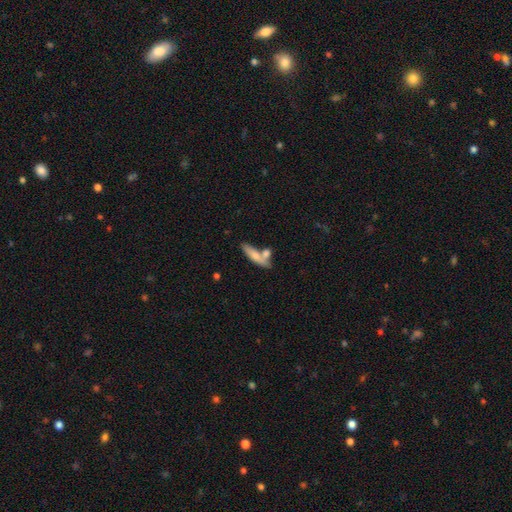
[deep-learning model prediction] Smooth or featured: smooth — 71% (featured or disk — 23%)
How rounded: cigar-shaped — 65% (in between — 33%)
Merging: none — 50% (merger — 31%)